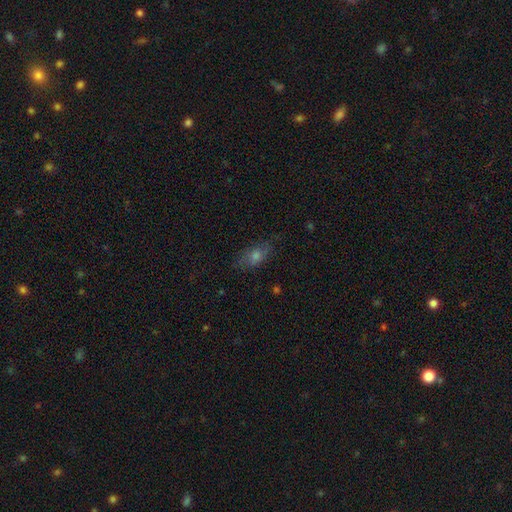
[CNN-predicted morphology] The model was most divided on "smooth or featured": smooth: 54%, featured or disk: 29%, star or artifact: 17%. More confident: merging — none (75%); how rounded — in between (74%).